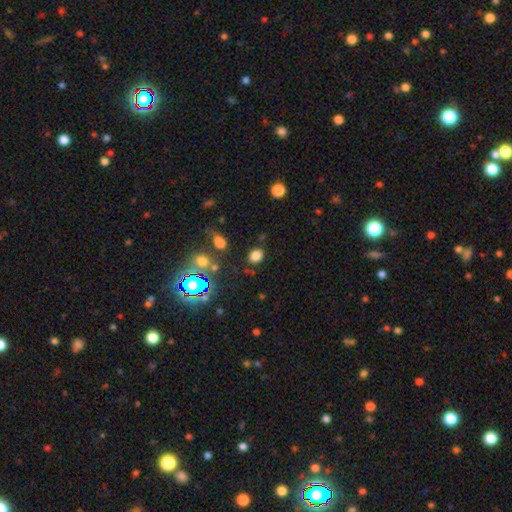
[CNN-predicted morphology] Smooth or featured? smooth (78%)
How rounded? in between (60%)
Merging? none (81%)